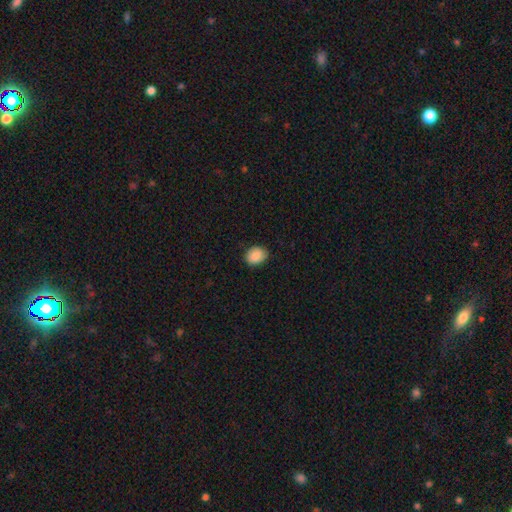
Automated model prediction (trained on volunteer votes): The model was most divided on "how rounded": round: 50%, in between: 49%, cigar-shaped: 1%. More confident: smooth or featured — smooth (89%); merging — none (83%).